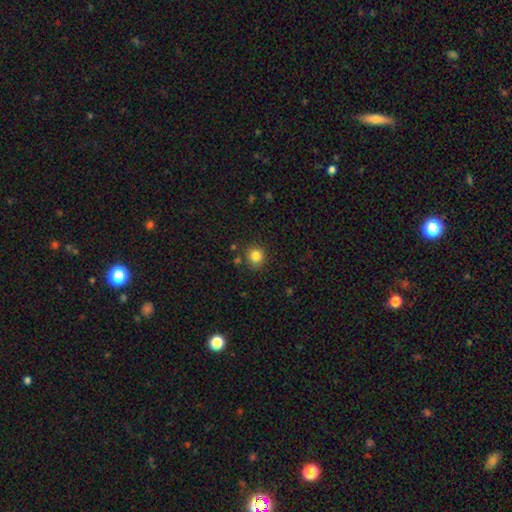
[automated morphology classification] smooth_or_featured: smooth (p=0.83) [alt: star or artifact p=0.12]
how_rounded: round (p=0.88) [alt: in between p=0.11]
merging: none (p=0.84) [alt: minor disturbance p=0.10]